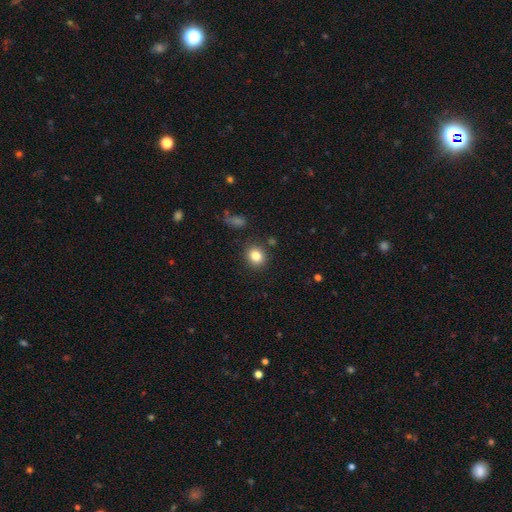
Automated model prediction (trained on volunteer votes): Overall: smooth (83%). How rounded: round (78%). Merging: none (86%).